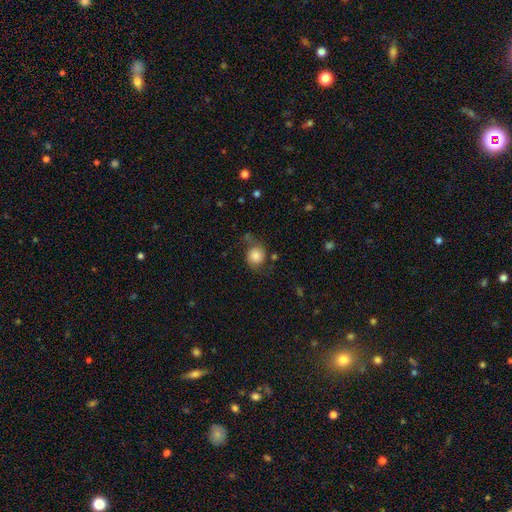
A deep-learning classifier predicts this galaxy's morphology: smooth 68%, featured or disk 22%, star or artifact 10%. Down the decision tree: how rounded — round (84%); merging — none (60%).